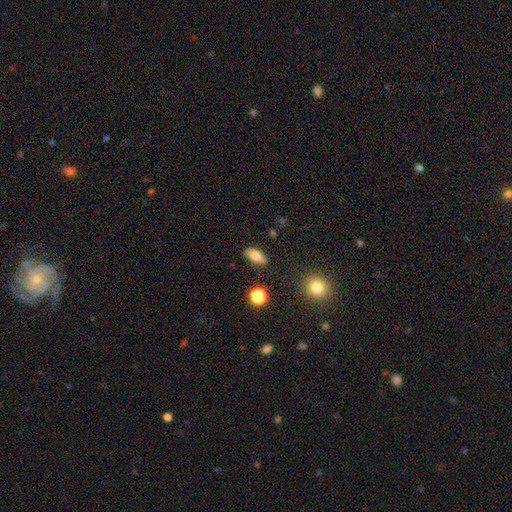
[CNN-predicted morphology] smooth 72%, featured or disk 18%, star or artifact 10%. Down the decision tree: how rounded — in between (80%); merging — none (84%).